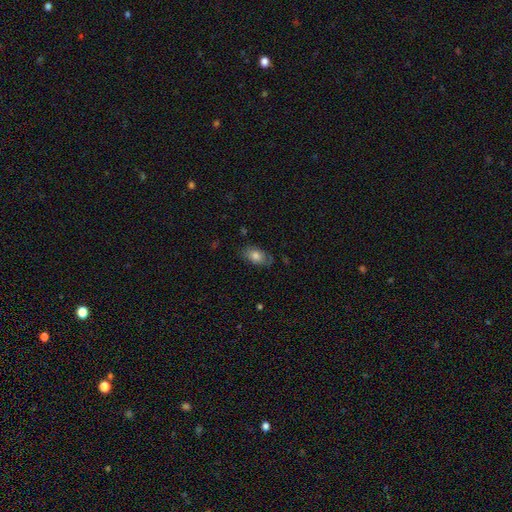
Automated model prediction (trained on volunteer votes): Morphology: type=smooth (75%); roundness=in between (90%); merging=none (73%).